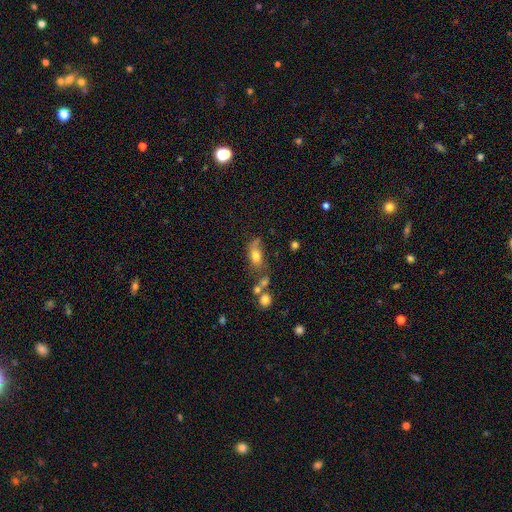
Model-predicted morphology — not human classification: This appears to be a smooth galaxy with no disk features (71%) that is in between round and cigar-shaped (79%). Merging: none (41%).